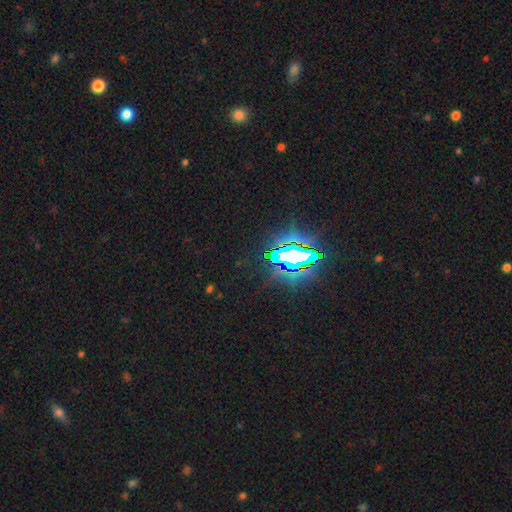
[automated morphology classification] smooth-or-featured: star or artifact: 84% | smooth: 10% | featured or disk: 6%